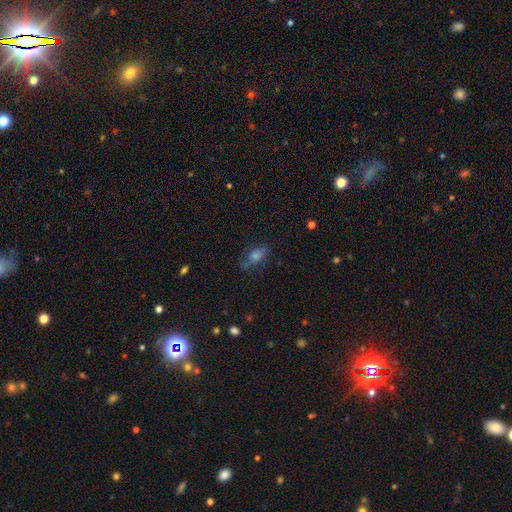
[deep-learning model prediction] The model was most divided on "smooth or featured": smooth: 52%, star or artifact: 25%, featured or disk: 23%. More confident: how rounded — in between (73%); merging — none (64%).